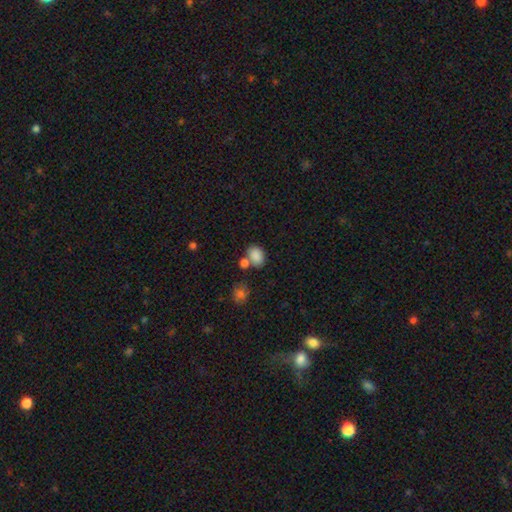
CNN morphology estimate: A smooth galaxy with no disk features (85%) that is in between round and cigar-shaped (72%).

Vote fractions:
- Smooth or featured? smooth: 85% / star or artifact: 9% / featured or disk: 5%
- How rounded? in between: 72% / round: 27% / cigar-shaped: 1%
- Merging? none: 58% / merger: 22% / minor disturbance: 15% / major disturbance: 5%